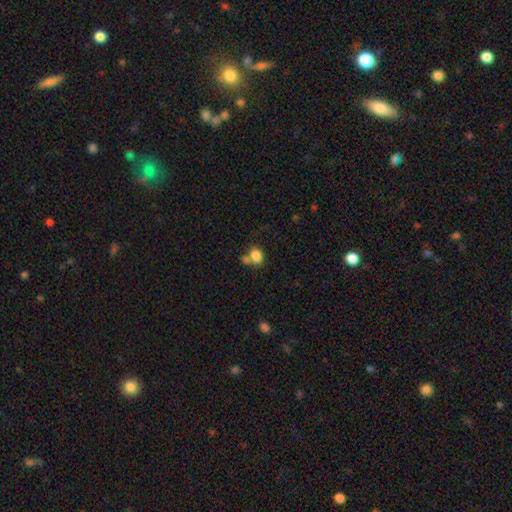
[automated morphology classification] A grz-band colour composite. It shows a smooth galaxy with no disk features (82%) that is in between round and cigar-shaped (63%). Merging: none (44%).